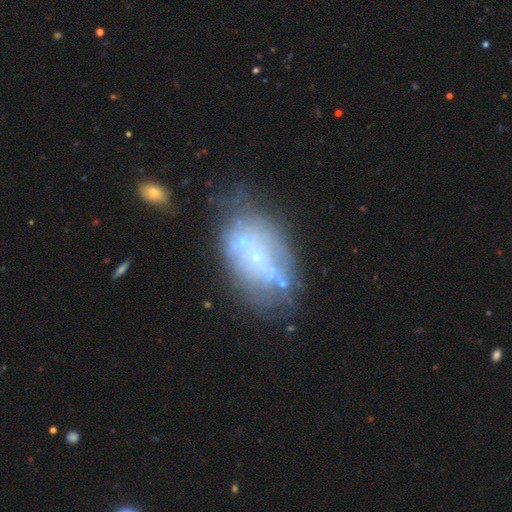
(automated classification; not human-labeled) Smooth or featured? featured or disk (56%)
Edge-on disk? no (94%)
Bar? no (85%)
Spiral arms? no (87%)
Bulge size? small (74%)
Merging? none (39%)